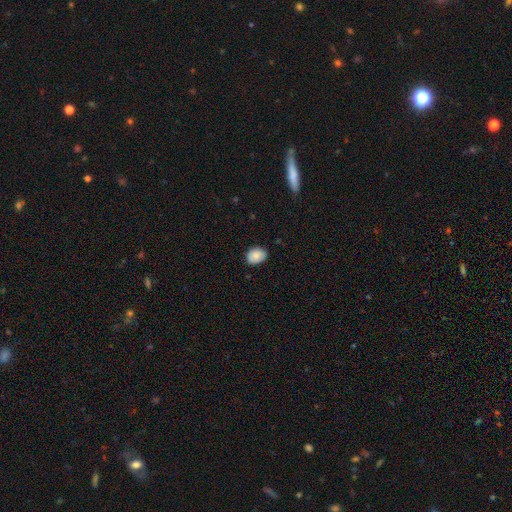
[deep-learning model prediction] Q: Smooth or featured?
A: smooth (86%); runner-up: star or artifact (7%)
Q: How rounded?
A: in between (63%); runner-up: round (36%)
Q: Merging?
A: none (82%); runner-up: minor disturbance (14%)